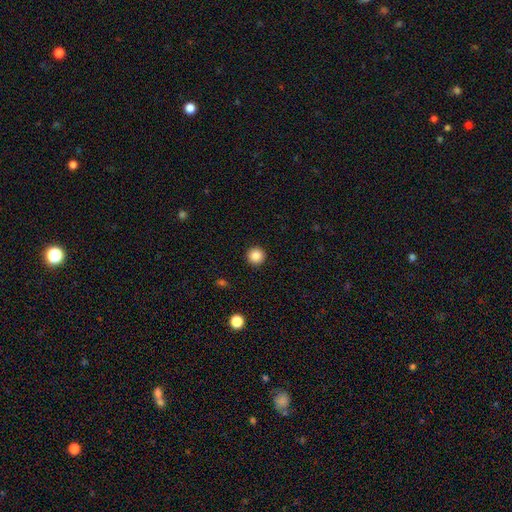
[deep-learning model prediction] Smooth or featured? Predicted: smooth (p=0.87). How rounded? Predicted: round (p=0.96). Merging? Predicted: none (p=0.93).